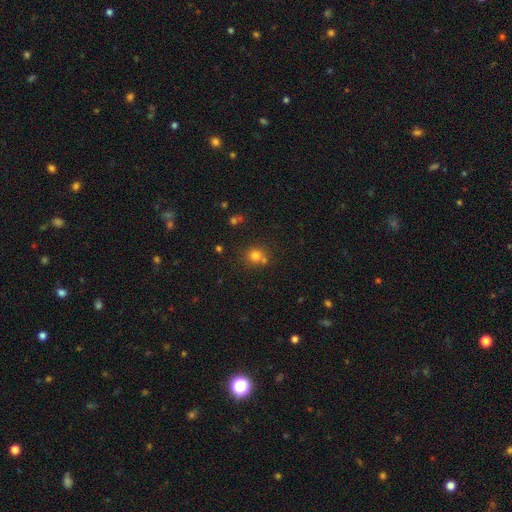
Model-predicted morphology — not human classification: This appears to be a smooth galaxy with no disk features (76%) that is round (86%). Merging: none (63%).